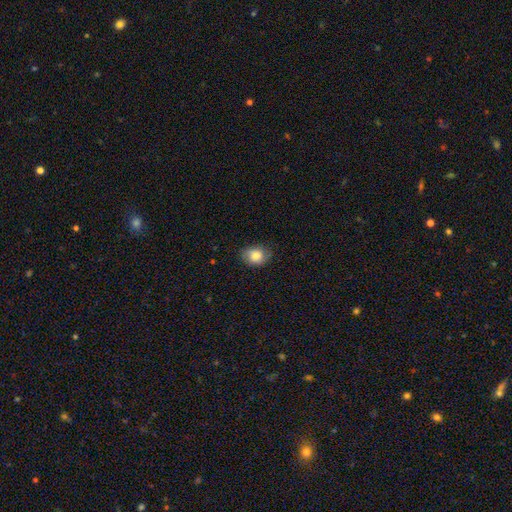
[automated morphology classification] smooth-or-featured: smooth: 79% | featured or disk: 13% | star or artifact: 8%
  how-rounded: in between: 60% | round: 39% | cigar-shaped: 1%
  merging: none: 75% | minor disturbance: 20% | major disturbance: 4% | merger: 1%